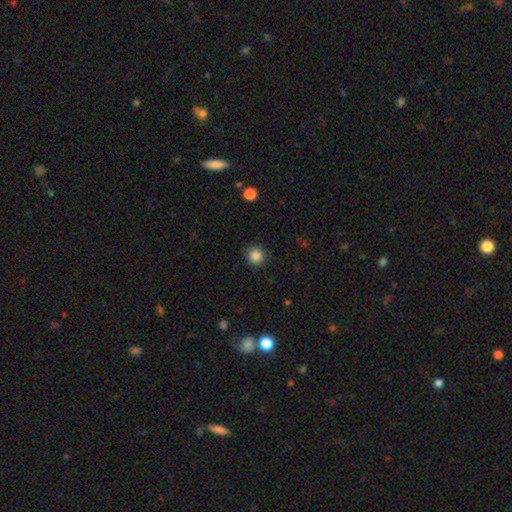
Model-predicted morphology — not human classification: smooth_or_featured: smooth (p=0.86) [alt: star or artifact p=0.10]
how_rounded: round (p=0.92) [alt: in between p=0.07]
merging: none (p=0.89) [alt: minor disturbance p=0.08]